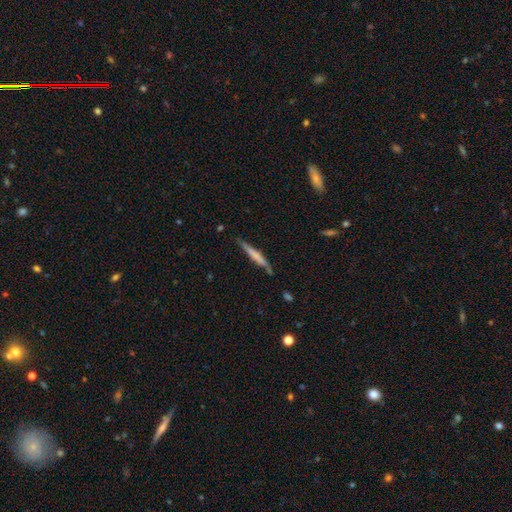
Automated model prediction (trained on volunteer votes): Smooth or featured?
  - smooth: 52% *
  - featured or disk: 42%
  - star or artifact: 6%
How rounded?
  - cigar-shaped: 95% *
  - in between: 3%
  - round: 1%
Merging?
  - none: 80% *
  - minor disturbance: 15%
  - major disturbance: 3%
  - merger: 2%